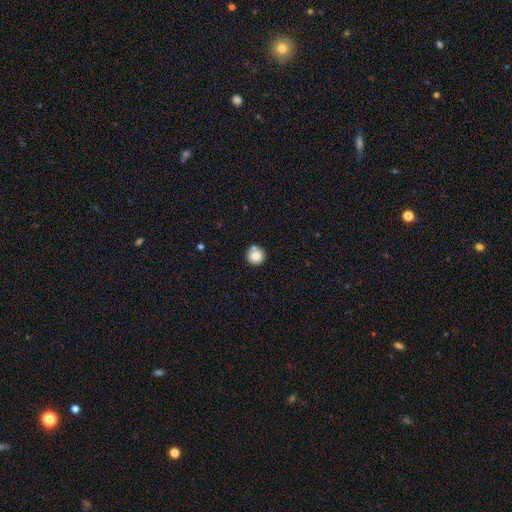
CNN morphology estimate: Q: Smooth or featured?
A: smooth (82%); runner-up: star or artifact (9%)
Q: How rounded?
A: round (94%); runner-up: in between (5%)
Q: Merging?
A: none (76%); runner-up: merger (11%)